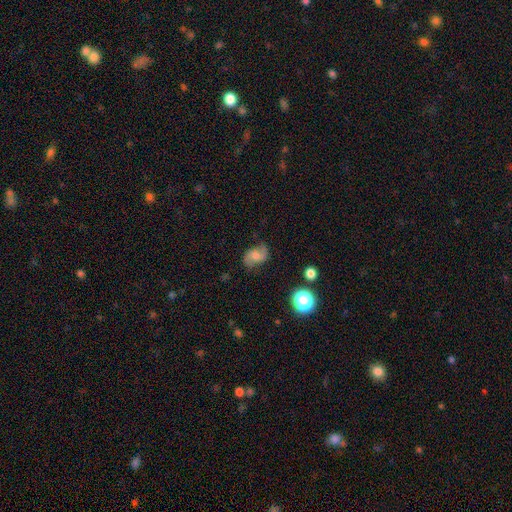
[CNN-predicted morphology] type=featured or disk (63%); edge-on=no (97%); bar=no (58%); spiral arms=yes (92%); winding=loose (47%); arm count=2 (87%); bulge=moderate (51%); merging=none (71%).